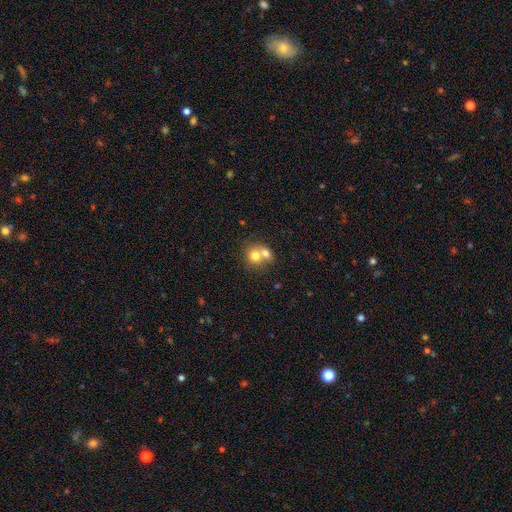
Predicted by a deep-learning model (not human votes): Smooth or featured? Predicted: smooth (p=0.71). How rounded? Predicted: round (p=0.72). Merging? Predicted: merger (p=0.65).